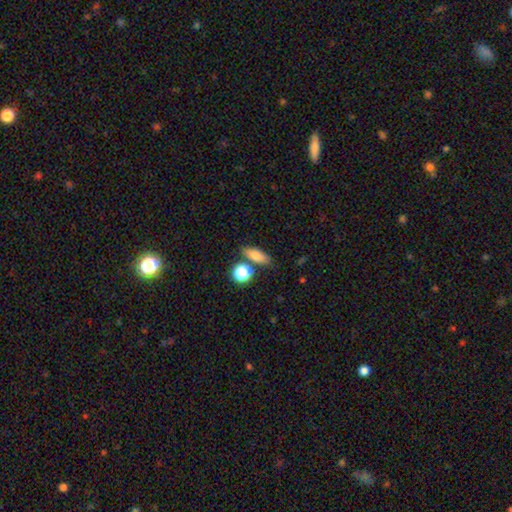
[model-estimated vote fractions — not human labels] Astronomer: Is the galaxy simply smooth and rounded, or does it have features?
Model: smooth — 77%.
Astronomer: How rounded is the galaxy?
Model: in between — 62%.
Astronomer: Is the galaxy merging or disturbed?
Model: none — 74%.